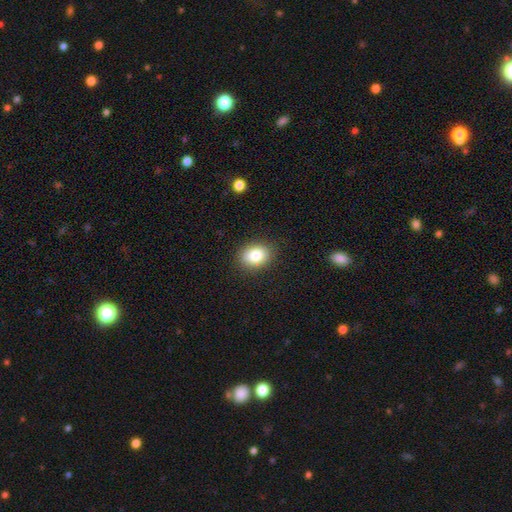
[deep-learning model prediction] Smooth or featured? smooth (83%)
How rounded? in between (68%)
Merging? none (87%)